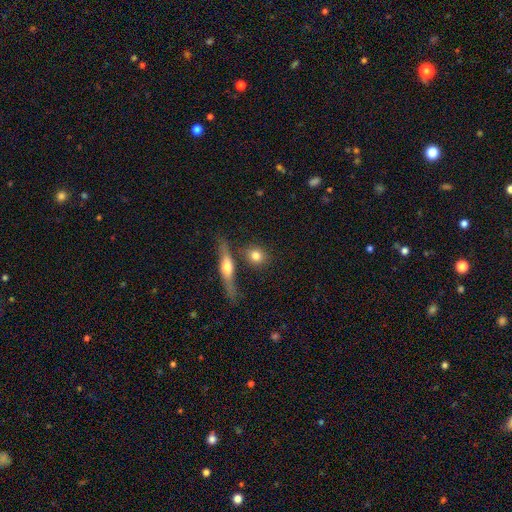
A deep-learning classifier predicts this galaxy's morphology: Q: Smooth or featured?
A: smooth (76%); runner-up: featured or disk (16%)
Q: How rounded?
A: round (64%); runner-up: in between (27%)
Q: Merging?
A: none (74%); runner-up: merger (13%)